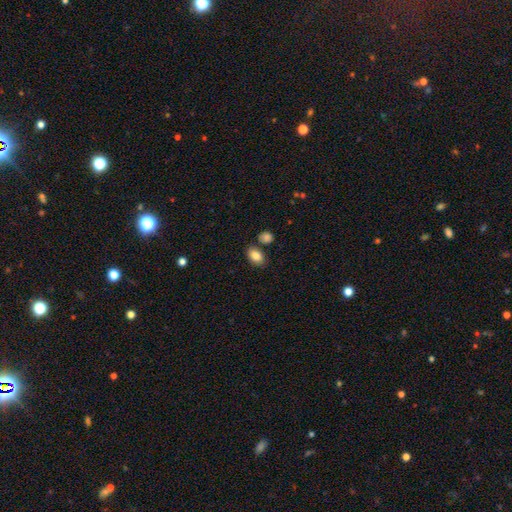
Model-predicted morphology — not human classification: A smooth galaxy with no disk features (85%) that is in between round and cigar-shaped (83%).

Vote fractions:
- Smooth or featured? smooth: 85% / star or artifact: 8% / featured or disk: 6%
- How rounded? in between: 83% / round: 15% / cigar-shaped: 1%
- Merging? none: 75% / minor disturbance: 12% / merger: 10% / major disturbance: 3%